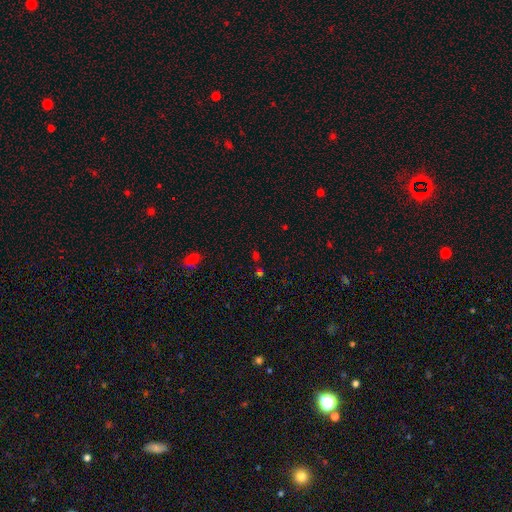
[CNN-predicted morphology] type=star or artifact (50%).